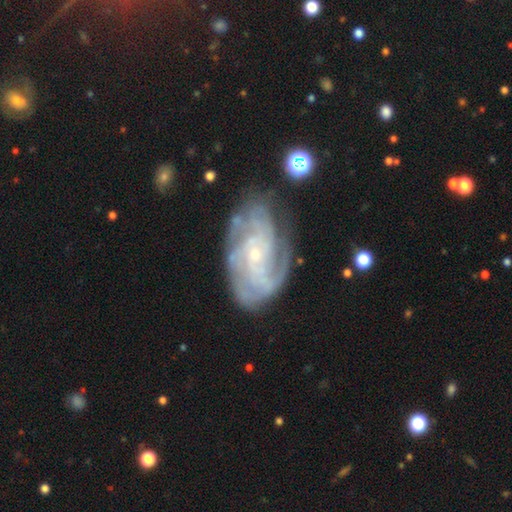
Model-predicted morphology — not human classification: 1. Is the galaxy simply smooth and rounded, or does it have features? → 86% featured or disk, 8% smooth, 6% star or artifact.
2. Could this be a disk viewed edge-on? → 96% no, 4% yes.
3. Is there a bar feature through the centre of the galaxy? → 65% no, 28% weak, 7% strong.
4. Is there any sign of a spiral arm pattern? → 96% yes, 4% no.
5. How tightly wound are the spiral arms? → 60% tight, 33% medium, 8% loose.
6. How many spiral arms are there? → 30% can't tell, 22% 3, 19% 2, 16% 4, 7% more than 4, 6% 1.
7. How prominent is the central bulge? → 78% small, 17% moderate, 2% none, 1% large, 1% dominant.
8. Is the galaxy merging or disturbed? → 69% none, 20% minor disturbance, 9% major disturbance, 2% merger.